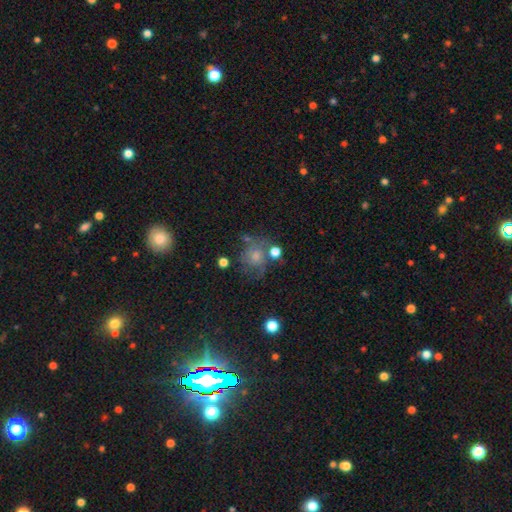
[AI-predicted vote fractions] This is marginally a smooth galaxy (36%, tied with featured or disk). Merging: likely none (60%).